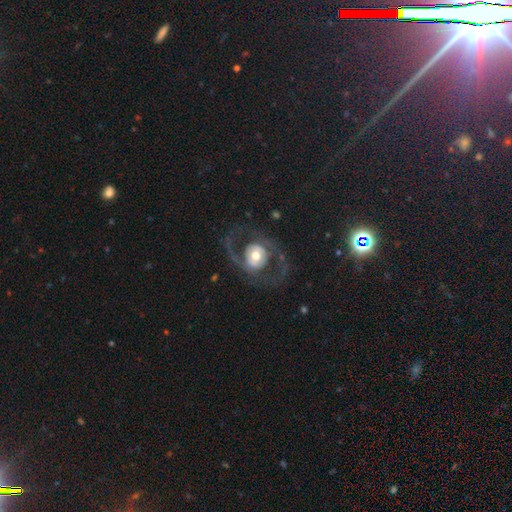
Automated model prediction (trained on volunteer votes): A featured or disk galaxy (74%) with no bar (67%), spiral arms (66%) and a moderate central bulge (63%).

Vote fractions:
- Smooth or featured? featured or disk: 74% / smooth: 21% / star or artifact: 5%
- Edge-on disk? no: 96% / yes: 4%
- Bar? no: 67% / weak: 23% / strong: 10%
- Spiral arms? yes: 66% / no: 34%
- Bulge size? moderate: 63% / large: 26% / small: 8% / dominant: 3% / none: 1%
- Merging? none: 65% / major disturbance: 22% / minor disturbance: 11% / merger: 2%